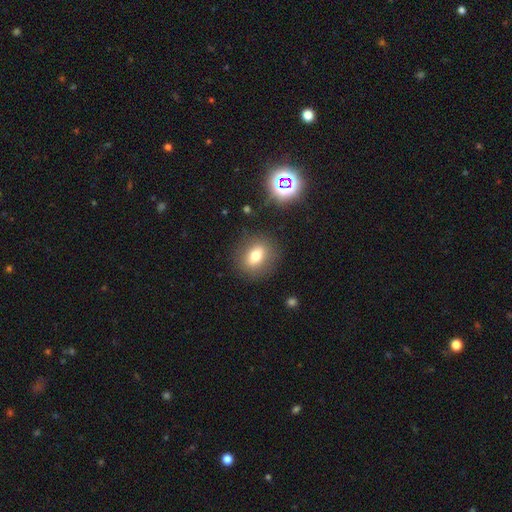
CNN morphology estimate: type=smooth (72%); roundness=in between (55%); merging=none (85%).